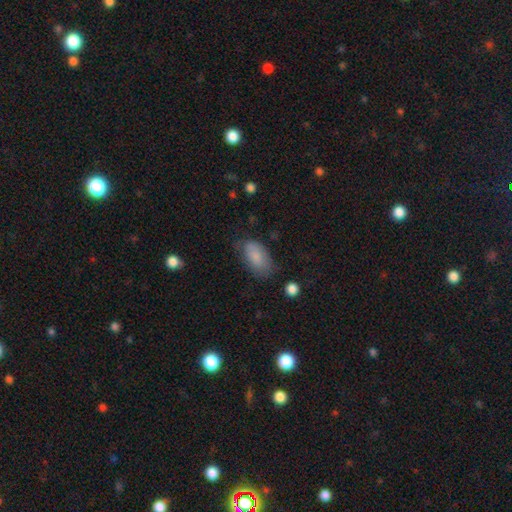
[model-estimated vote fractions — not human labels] smooth 82%, featured or disk 10%, star or artifact 7%. Down the decision tree: how rounded — in between (93%); merging — none (63%).